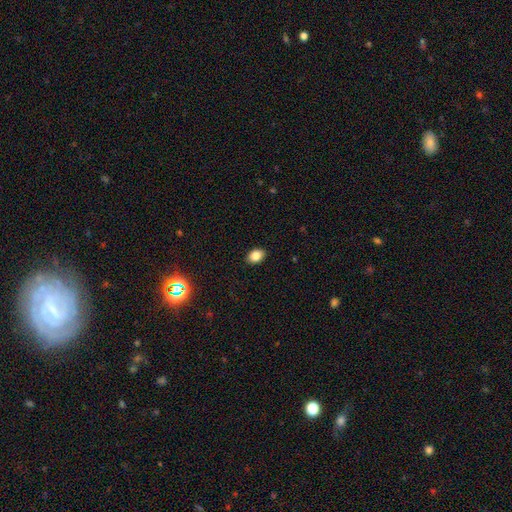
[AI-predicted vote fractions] Smooth or featured? smooth (84%)
How rounded? in between (76%)
Merging? none (89%)